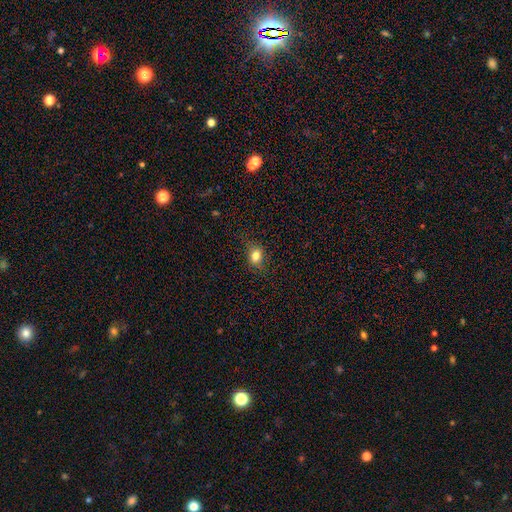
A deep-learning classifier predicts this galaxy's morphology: smooth-or-featured: smooth: 79% | star or artifact: 12% | featured or disk: 9%
  how-rounded: in between: 52% | round: 46% | cigar-shaped: 2%
  merging: none: 81% | minor disturbance: 14% | major disturbance: 4% | merger: 1%